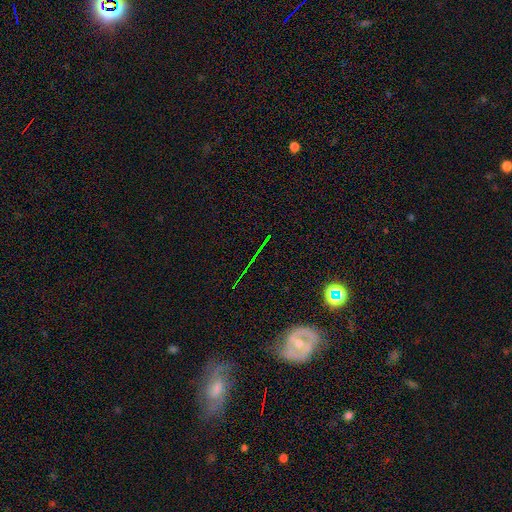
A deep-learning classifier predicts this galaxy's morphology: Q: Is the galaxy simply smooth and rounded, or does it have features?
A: star or artifact — 55%.